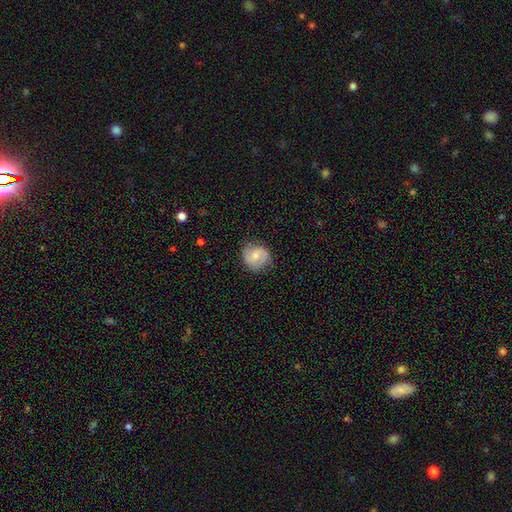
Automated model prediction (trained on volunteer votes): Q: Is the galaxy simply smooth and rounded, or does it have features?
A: featured or disk — 48%.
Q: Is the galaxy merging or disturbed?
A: none — 78%.